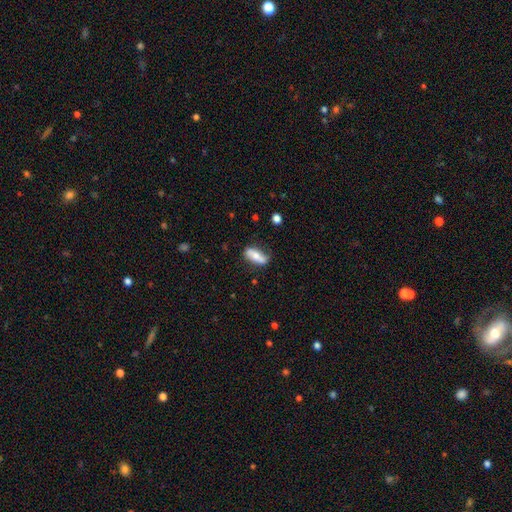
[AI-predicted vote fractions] Smooth or featured? Predicted: smooth (p=0.52). How rounded? Predicted: in between (p=0.72). Merging? Predicted: none (p=0.70).